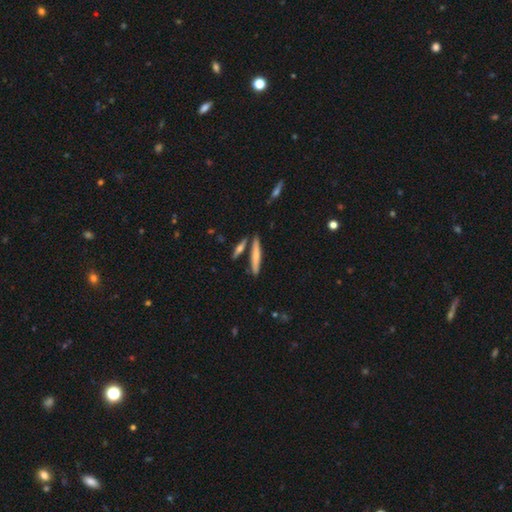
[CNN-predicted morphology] type=smooth (63%); roundness=cigar-shaped (90%); merging=none (77%).